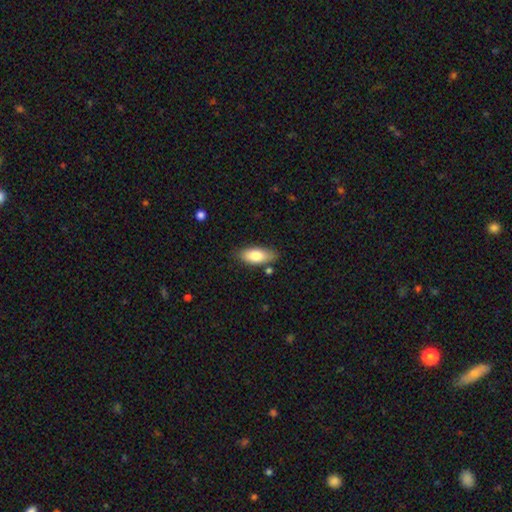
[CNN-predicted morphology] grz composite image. It shows a smooth galaxy with no disk features (78%) that is in between round and cigar-shaped (82%). Merging: none (77%).